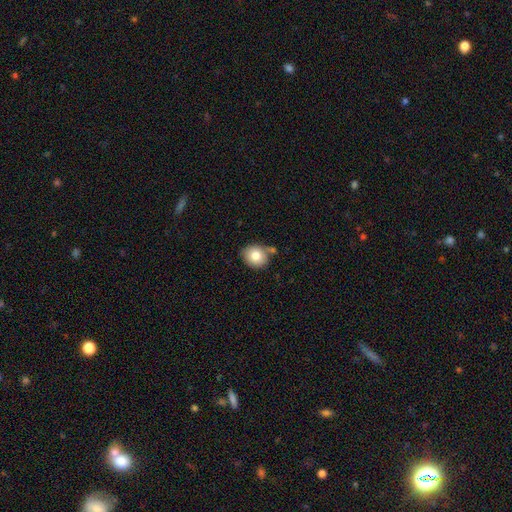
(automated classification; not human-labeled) smooth-or-featured: smooth: 80% | featured or disk: 11% | star or artifact: 9%
  how-rounded: round: 74% | in between: 25% | cigar-shaped: 1%
  merging: none: 64% | minor disturbance: 18% | merger: 13% | major disturbance: 5%